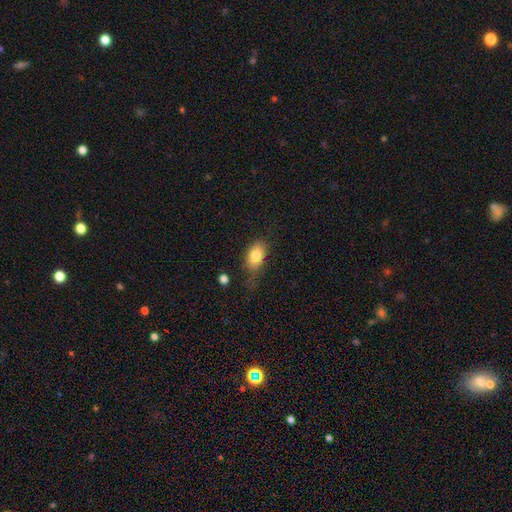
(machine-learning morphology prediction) Smooth or featured? smooth (82%)
How rounded? in between (87%)
Merging? none (61%)